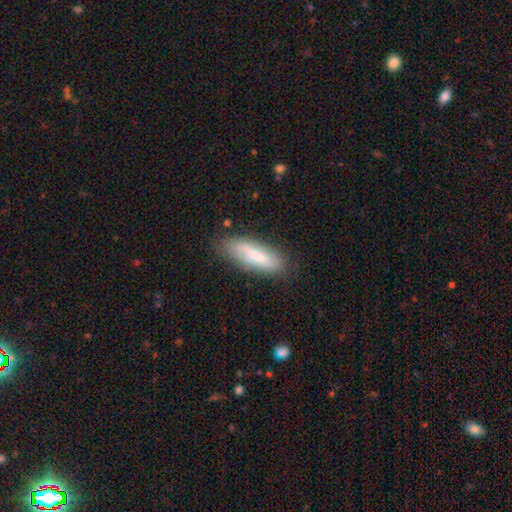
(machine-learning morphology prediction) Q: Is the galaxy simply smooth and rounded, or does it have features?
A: smooth — 66%.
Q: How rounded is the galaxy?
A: cigar-shaped — 53%.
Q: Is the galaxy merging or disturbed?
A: none — 78%.